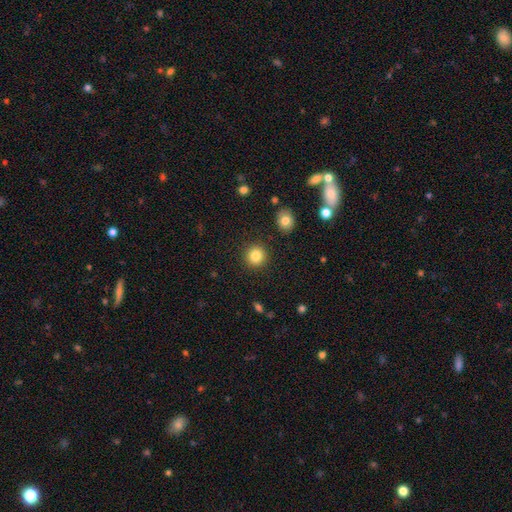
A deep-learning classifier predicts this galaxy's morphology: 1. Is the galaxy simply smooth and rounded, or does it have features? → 85% smooth, 10% star or artifact, 5% featured or disk.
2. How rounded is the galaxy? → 93% round, 6% in between, 1% cigar-shaped.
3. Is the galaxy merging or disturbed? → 91% none, 5% minor disturbance, 2% major disturbance, 2% merger.